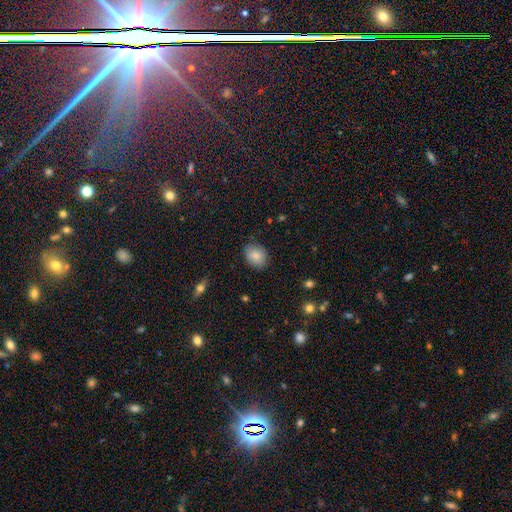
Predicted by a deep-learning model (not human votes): Smooth or featured? Predicted: smooth (p=0.85). How rounded? Predicted: in between (p=0.60). Merging? Predicted: none (p=0.83).